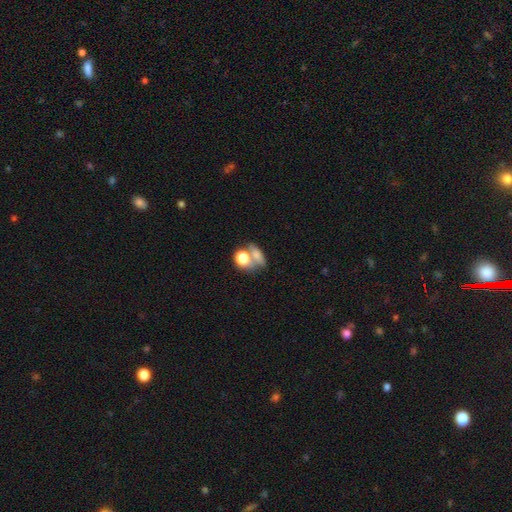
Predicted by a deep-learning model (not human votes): This is likely a smooth galaxy (70%). How rounded: possibly in between (53%). Merging: possibly merger (45%).